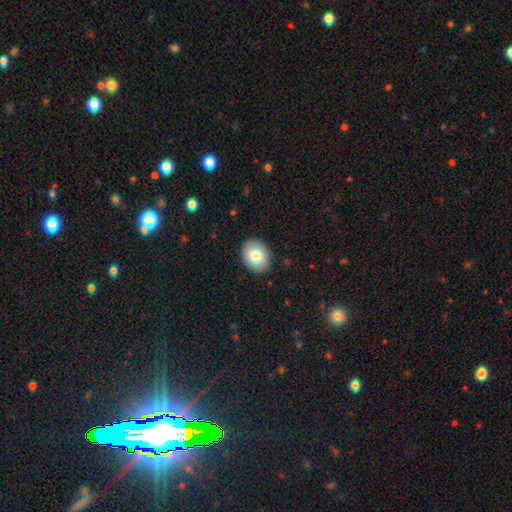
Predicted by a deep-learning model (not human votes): Smooth or featured: smooth — 80% (featured or disk — 13%)
How rounded: in between — 57% (round — 42%)
Merging: none — 89% (minor disturbance — 8%)